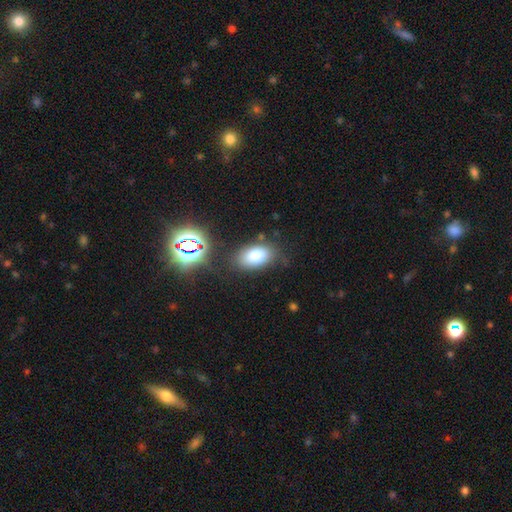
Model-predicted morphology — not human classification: This appears to be a smooth galaxy with no disk features (78%) that is in between round and cigar-shaped (90%). Merging: none (74%).